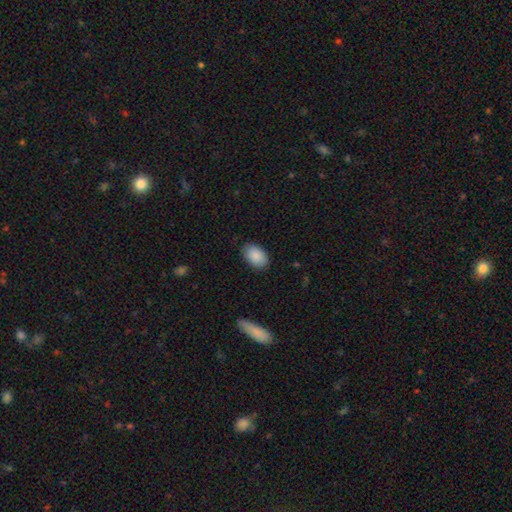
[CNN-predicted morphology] This appears to be a smooth galaxy with no disk features (88%) that is in between round and cigar-shaped (89%). Merging: none (84%).